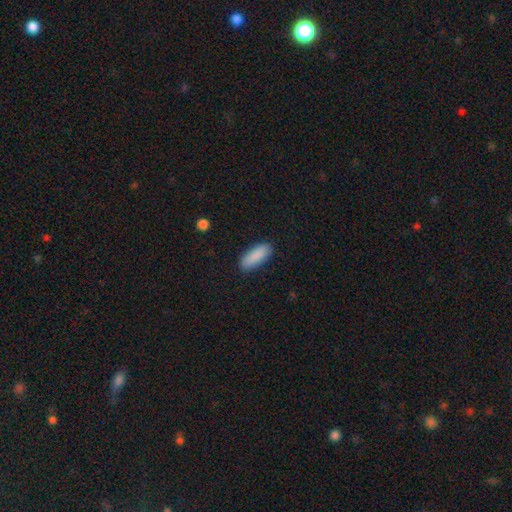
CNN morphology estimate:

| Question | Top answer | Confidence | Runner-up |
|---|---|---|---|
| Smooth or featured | smooth | 90% | star or artifact (6%) |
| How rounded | in between | 71% | cigar-shaped (27%) |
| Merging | none | 88% | minor disturbance (9%) |